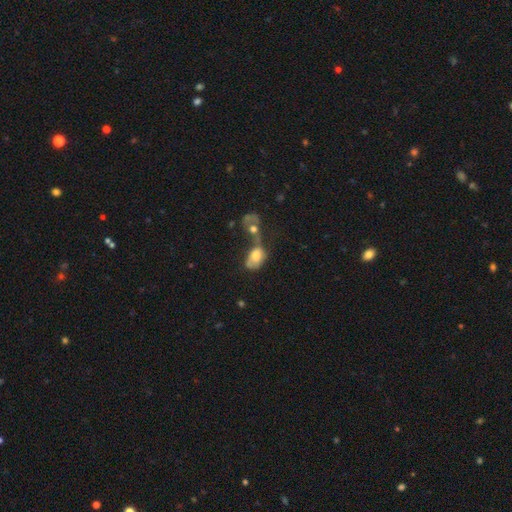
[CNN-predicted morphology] smooth_or_featured: smooth (p=0.62) [alt: featured or disk p=0.29]
how_rounded: in between (p=0.82) [alt: round p=0.16]
merging: merger (p=0.59) [alt: major disturbance p=0.18]